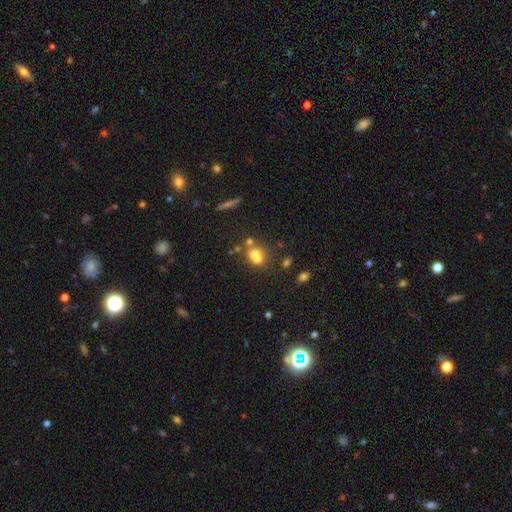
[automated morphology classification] This appears to be a smooth galaxy with no disk features (64%) that is round (53%). Merging: merger (42%).